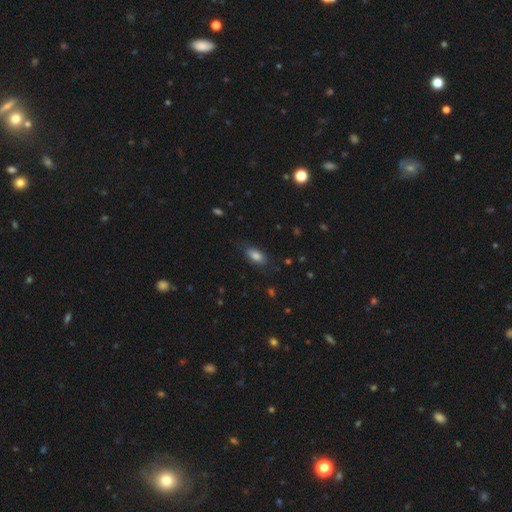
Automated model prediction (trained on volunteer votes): Smooth or featured? smooth (81%)
How rounded? in between (86%)
Merging? none (73%)